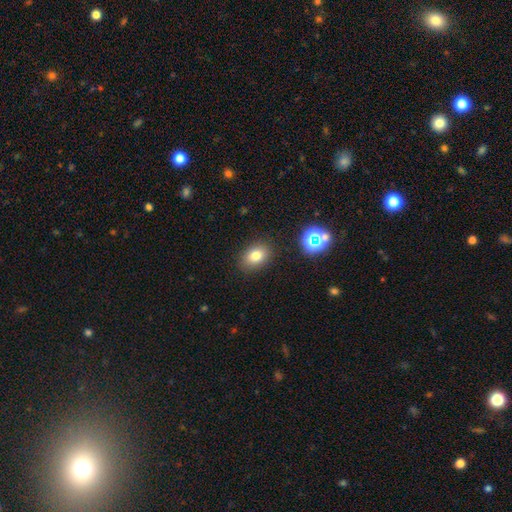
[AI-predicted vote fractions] Smooth or featured? Predicted: smooth (p=0.78). How rounded? Predicted: in between (p=0.72). Merging? Predicted: none (p=0.86).